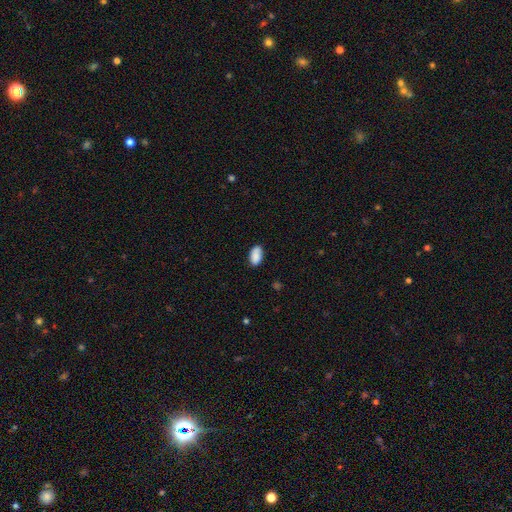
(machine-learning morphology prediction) This appears to be a smooth galaxy with no disk features (86%) that is in between round and cigar-shaped (94%). Merging: none (79%).